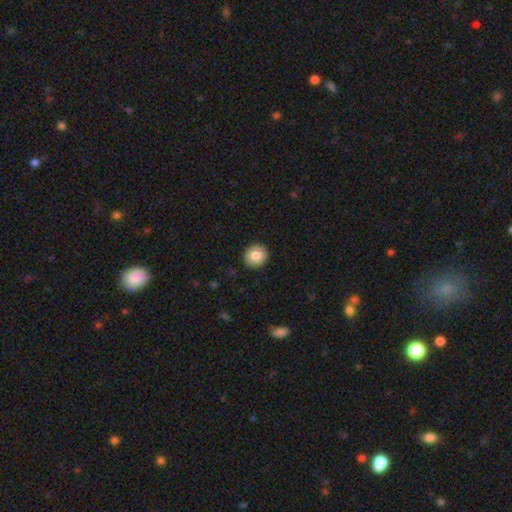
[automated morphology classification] This appears to be a smooth galaxy with no disk features (83%) that is round (84%). Merging: none (90%).